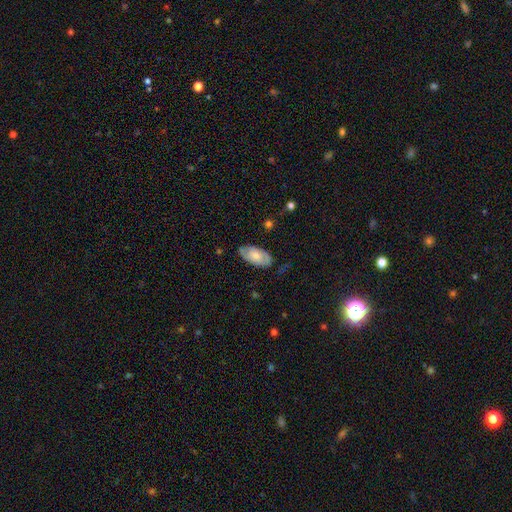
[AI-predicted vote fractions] smooth_or_featured: featured or disk (p=0.51) [alt: smooth p=0.43]
disk_edge_on: no (p=0.91) [alt: yes p=0.09]
merging: none (p=0.78) [alt: minor disturbance p=0.17]